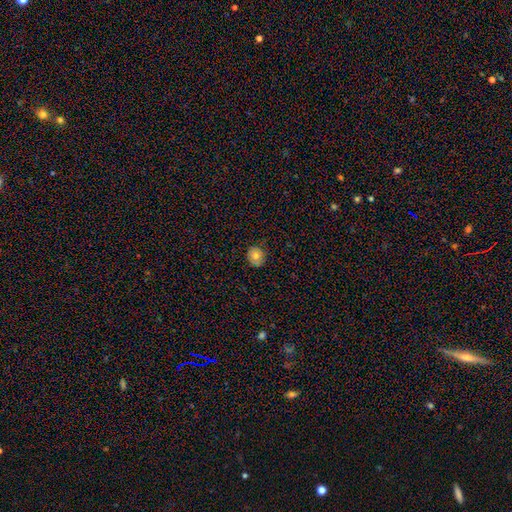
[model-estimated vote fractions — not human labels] Overall: smooth (74%). How rounded: round (86%). Merging: none (82%).